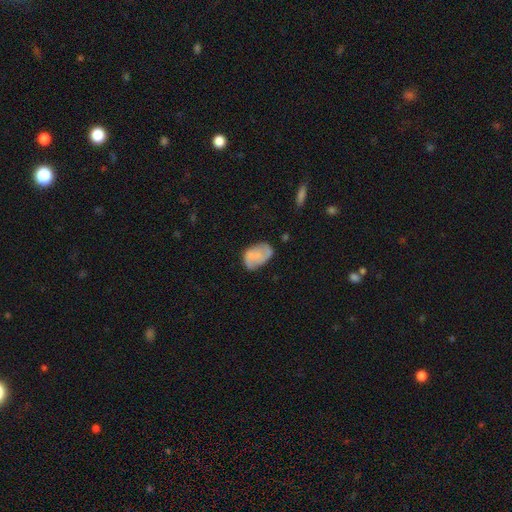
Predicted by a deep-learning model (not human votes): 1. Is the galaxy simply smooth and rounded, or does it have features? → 52% smooth, 40% featured or disk, 8% star or artifact.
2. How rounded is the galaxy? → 89% in between, 10% round, 1% cigar-shaped.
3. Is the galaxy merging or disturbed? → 59% none, 28% minor disturbance, 10% major disturbance, 3% merger.